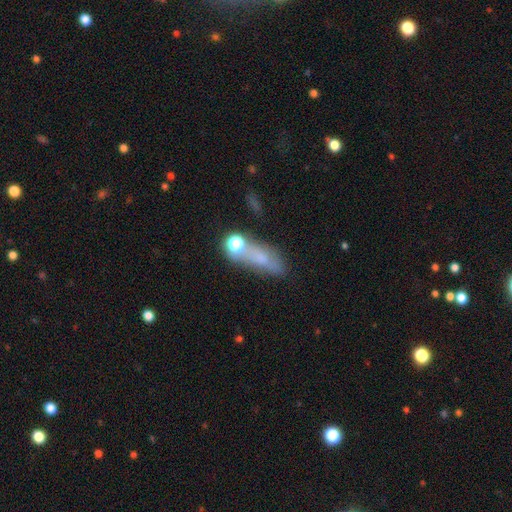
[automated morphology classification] smooth-or-featured: smooth: 55% | featured or disk: 25% | star or artifact: 20%
  how-rounded: in between: 49% | cigar-shaped: 36% | round: 15%
  merging: none: 48% | minor disturbance: 20% | merger: 18% | major disturbance: 14%